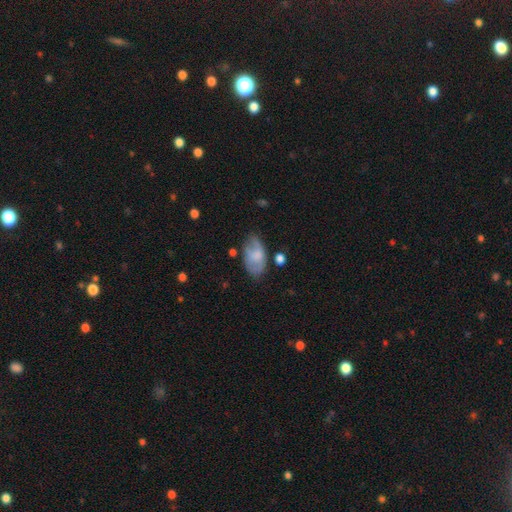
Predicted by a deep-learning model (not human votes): smooth_or_featured: smooth (p=0.62) [alt: featured or disk p=0.31]
how_rounded: in between (p=0.92) [alt: round p=0.06]
merging: none (p=0.54) [alt: minor disturbance p=0.29]